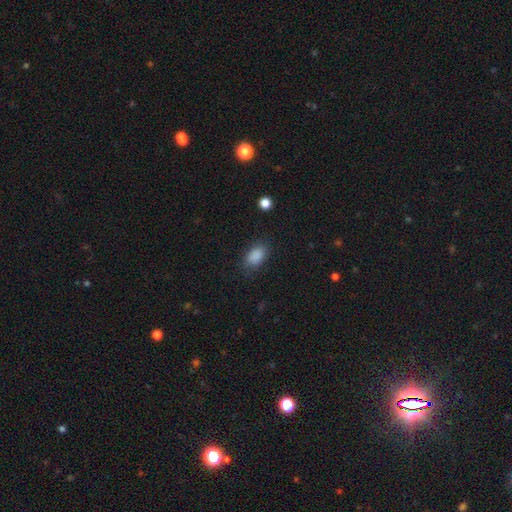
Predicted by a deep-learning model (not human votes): smooth-or-featured: smooth: 87% | star or artifact: 9% | featured or disk: 4%
  how-rounded: in between: 88% | round: 10% | cigar-shaped: 2%
  merging: none: 79% | minor disturbance: 15% | major disturbance: 5% | merger: 1%